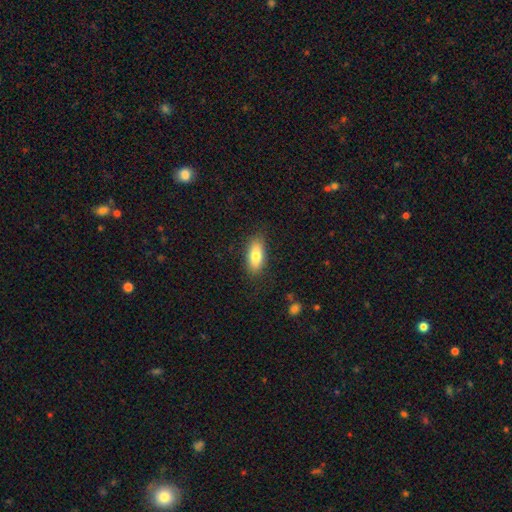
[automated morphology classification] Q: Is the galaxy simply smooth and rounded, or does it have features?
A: smooth — 80%.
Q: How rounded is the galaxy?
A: in between — 79%.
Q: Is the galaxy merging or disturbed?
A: none — 85%.